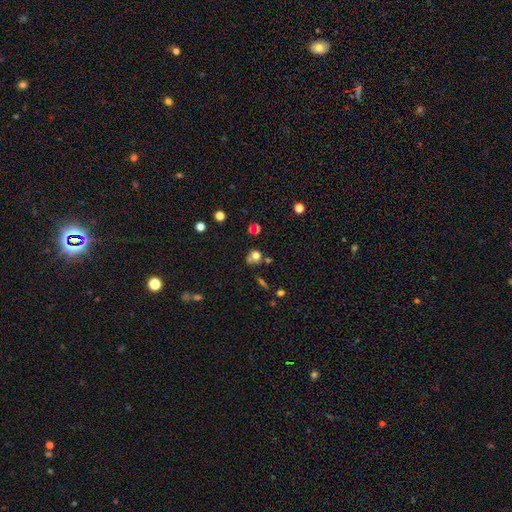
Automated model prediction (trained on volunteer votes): This is likely a smooth galaxy (70%). How rounded: likely round (75%). Merging: possibly none (52%).